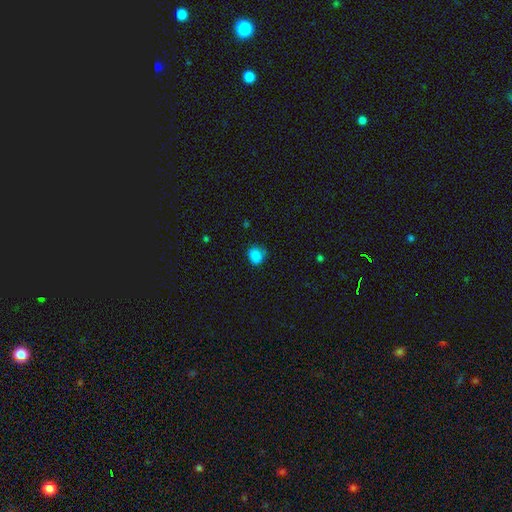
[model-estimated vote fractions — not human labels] Smooth or featured? Predicted: smooth (p=0.86). How rounded? Predicted: round (p=0.68). Merging? Predicted: none (p=0.73).